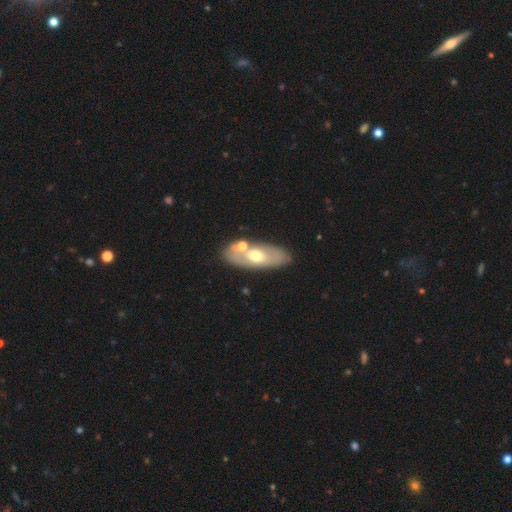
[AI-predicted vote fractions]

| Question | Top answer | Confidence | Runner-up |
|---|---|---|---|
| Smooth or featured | smooth | 48% | featured or disk (45%) |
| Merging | none | 71% | merger (13%) |